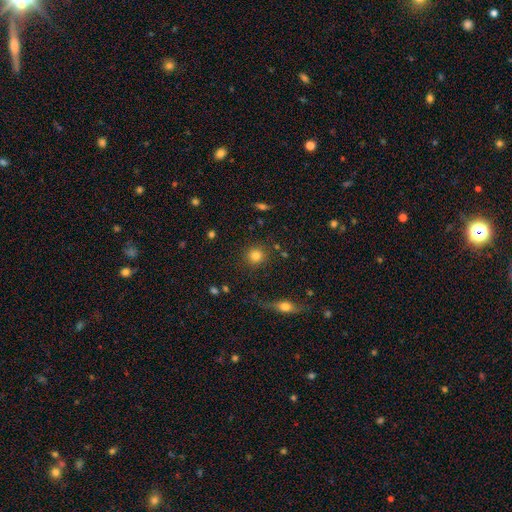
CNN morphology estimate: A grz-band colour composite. It shows a smooth galaxy with no disk features (82%) that is round (91%). Merging: none (86%).